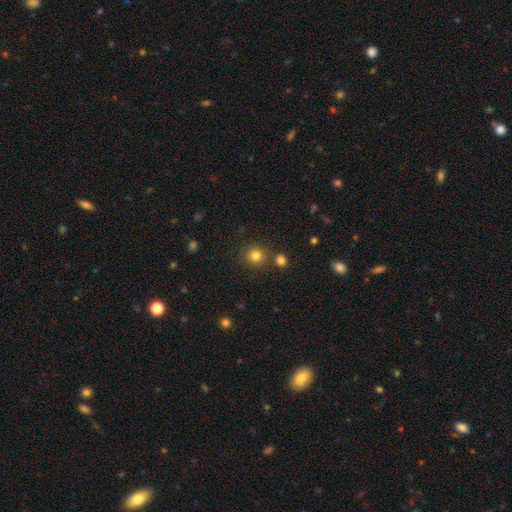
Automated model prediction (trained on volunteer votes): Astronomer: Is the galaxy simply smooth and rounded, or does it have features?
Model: smooth — 81%.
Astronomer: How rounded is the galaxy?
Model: round — 92%.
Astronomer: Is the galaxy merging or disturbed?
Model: none — 82%.